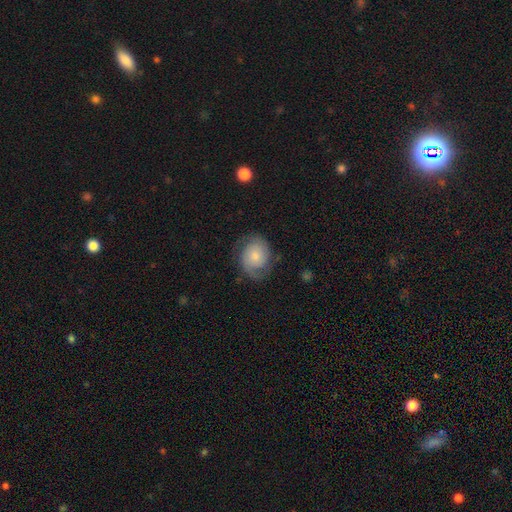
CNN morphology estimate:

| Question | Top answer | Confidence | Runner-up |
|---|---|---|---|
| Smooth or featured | featured or disk | 66% | smooth (27%) |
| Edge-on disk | no | 98% | yes (2%) |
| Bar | no | 76% | weak (21%) |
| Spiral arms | yes | 92% | no (8%) |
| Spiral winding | tight | 43% | medium (41%) |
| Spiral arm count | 2 | 83% | can't tell (8%) |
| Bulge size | small | 47% | moderate (38%) |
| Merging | none | 73% | minor disturbance (18%) |